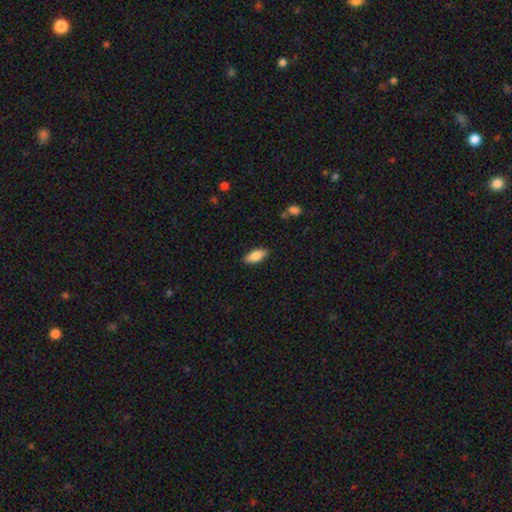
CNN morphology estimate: smooth-or-featured: smooth: 80% | featured or disk: 14% | star or artifact: 7%
  how-rounded: in between: 84% | cigar-shaped: 13% | round: 2%
  merging: none: 85% | minor disturbance: 11% | major disturbance: 2% | merger: 1%